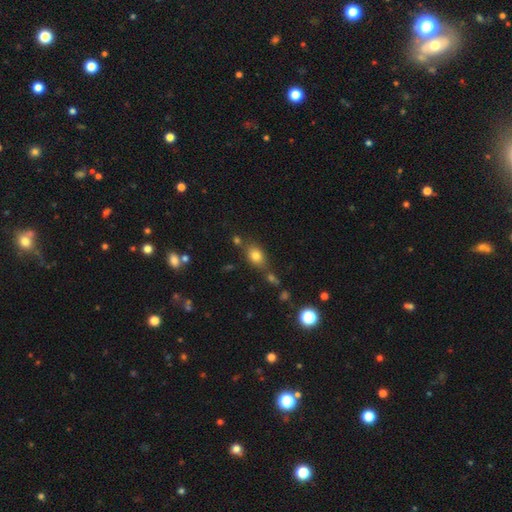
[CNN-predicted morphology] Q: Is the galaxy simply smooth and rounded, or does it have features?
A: smooth — 78%.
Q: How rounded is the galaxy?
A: in between — 69%.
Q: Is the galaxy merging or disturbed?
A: none — 66%.